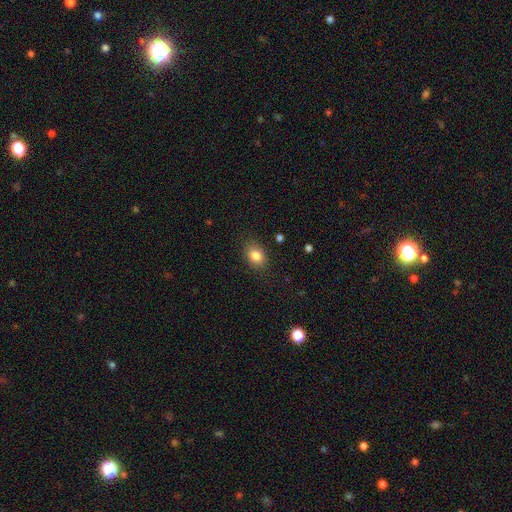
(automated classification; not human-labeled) A smooth galaxy with no disk features (84%) that is in between round and cigar-shaped (69%).

Vote fractions:
- Smooth or featured? smooth: 84% / star or artifact: 9% / featured or disk: 7%
- How rounded? in between: 69% / round: 30% / cigar-shaped: 1%
- Merging? none: 83% / minor disturbance: 12% / major disturbance: 3% / merger: 1%